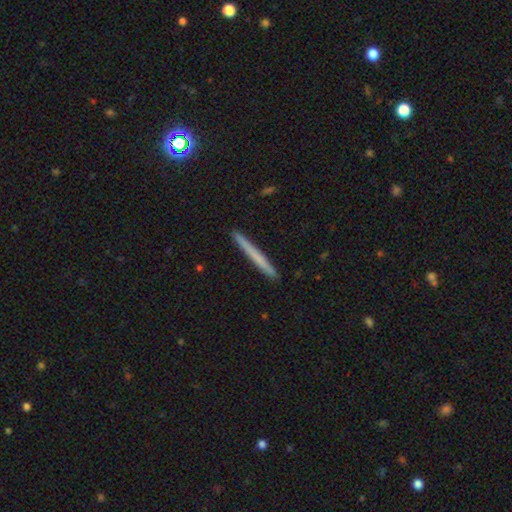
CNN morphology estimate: The model was most divided on "smooth or featured": smooth: 61%, featured or disk: 33%, star or artifact: 6%. More confident: how rounded — cigar-shaped (97%); merging — none (93%).